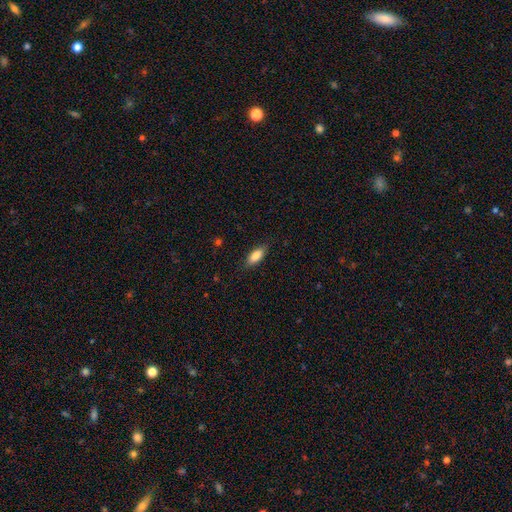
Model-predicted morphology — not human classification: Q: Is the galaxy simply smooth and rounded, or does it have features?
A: smooth — 83%.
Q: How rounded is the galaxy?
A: in between — 79%.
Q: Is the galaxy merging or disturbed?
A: none — 84%.